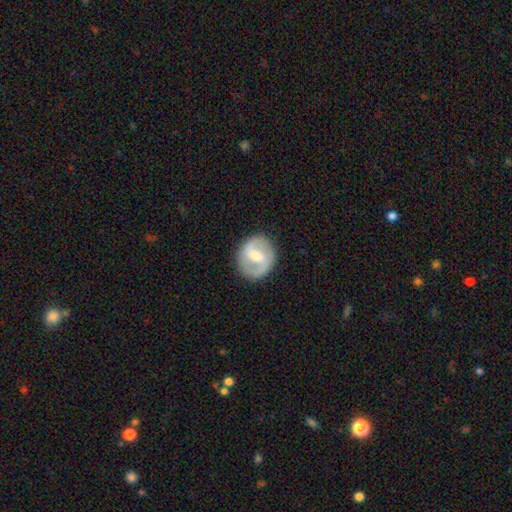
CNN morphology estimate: The model was most divided on "bar": weak: 45%, strong: 42%, no: 14%. More confident: edge-on disk — no (96%); merging — none (85%); spiral arms — yes (70%); smooth or featured — featured or disk (68%); bulge size — moderate (61%).